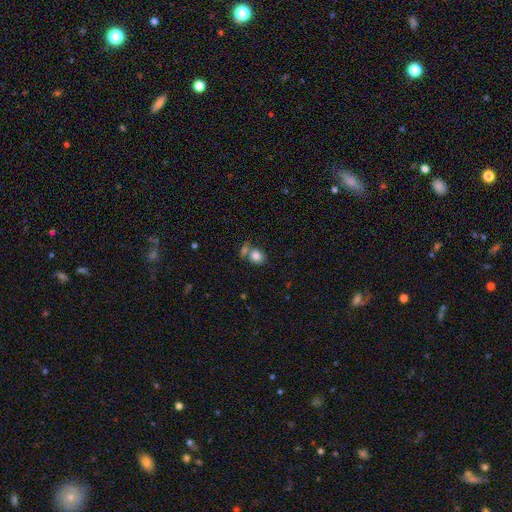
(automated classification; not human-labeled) The model was most divided on "merging": none: 51%, merger: 31%, minor disturbance: 13%, major disturbance: 5%. More confident: smooth or featured — smooth (83%); how rounded — round (61%).